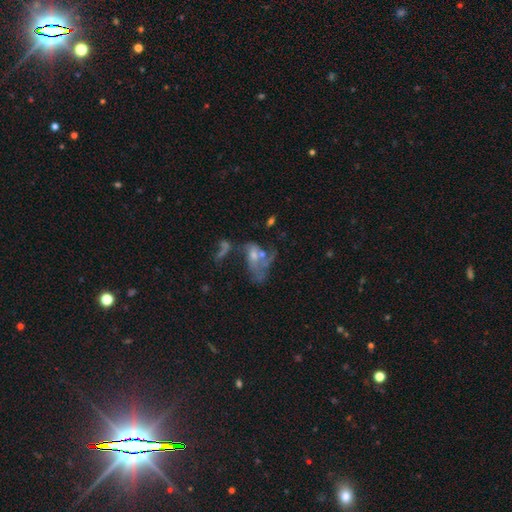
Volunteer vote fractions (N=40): This is possibly a smooth galaxy (52%). How rounded: likely in between (67%). Merging: marginally merger (42%).